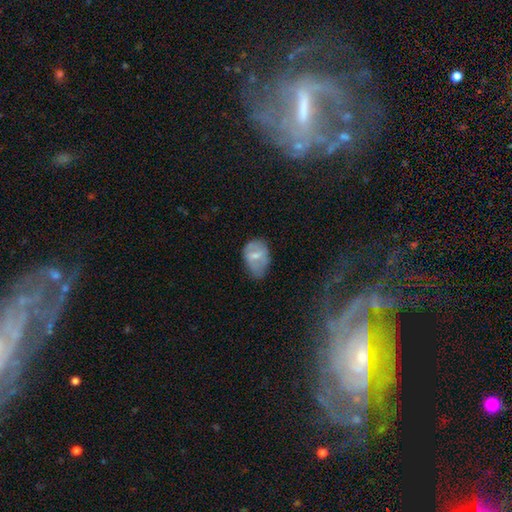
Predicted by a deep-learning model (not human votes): A smooth galaxy with no disk features (58%) that is in between round and cigar-shaped (79%).

Vote fractions:
- Smooth or featured? smooth: 58% / featured or disk: 35% / star or artifact: 8%
- How rounded? in between: 79% / round: 20% / cigar-shaped: 1%
- Merging? minor disturbance: 42% / none: 36% / major disturbance: 21% / merger: 2%